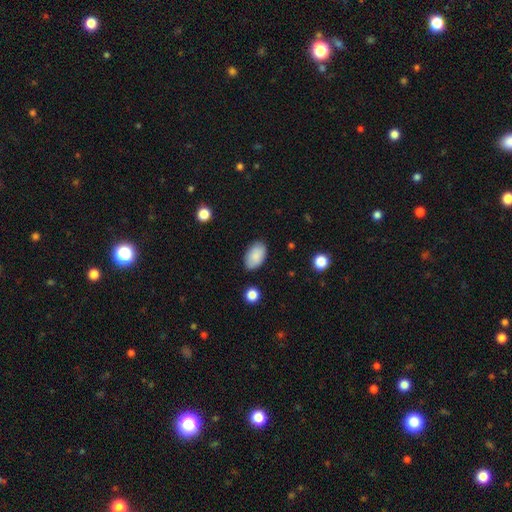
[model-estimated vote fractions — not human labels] A smooth galaxy with no disk features (88%) that is in between round and cigar-shaped (93%). Merging: none (84%).